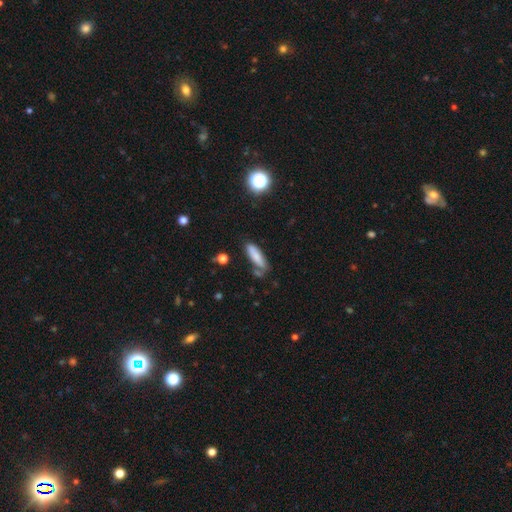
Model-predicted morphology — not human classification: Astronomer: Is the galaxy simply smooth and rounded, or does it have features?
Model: smooth — 79%.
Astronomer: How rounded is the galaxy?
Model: cigar-shaped — 59% (runner-up: in between, 39%).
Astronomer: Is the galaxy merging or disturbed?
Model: none — 64%.